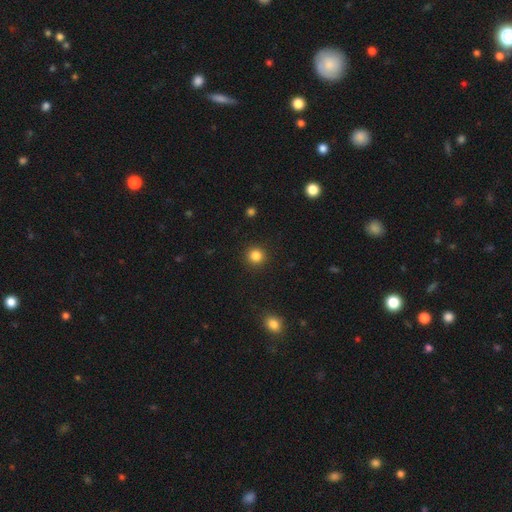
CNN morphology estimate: Smooth or featured? smooth (84%)
How rounded? round (94%)
Merging? none (92%)